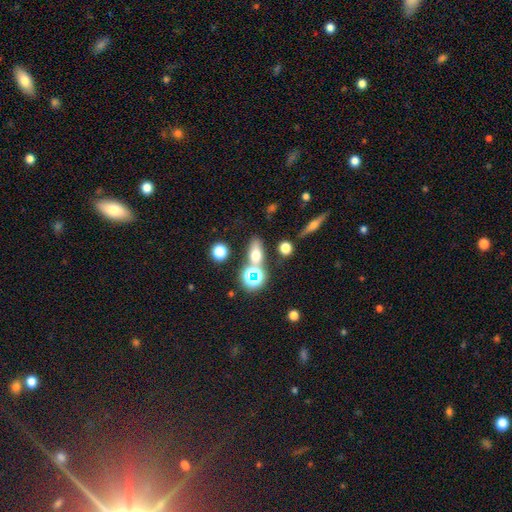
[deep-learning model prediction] Smooth or featured: smooth — 58% (star or artifact — 24%)
How rounded: in between — 65% (round — 22%)
Merging: none — 65% (merger — 18%)